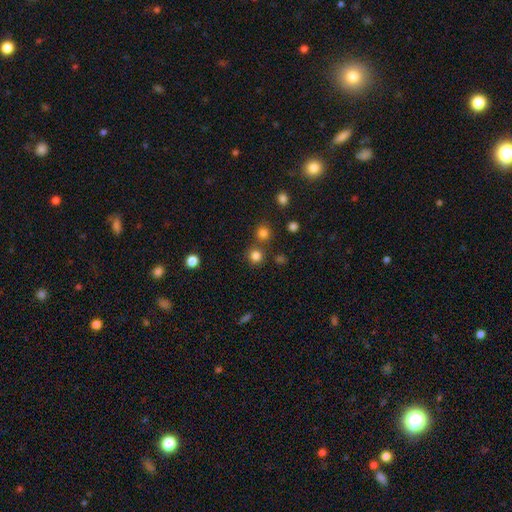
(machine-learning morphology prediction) Smooth or featured: smooth — 79% (star or artifact — 16%)
How rounded: round — 92% (in between — 7%)
Merging: none — 75% (merger — 15%)